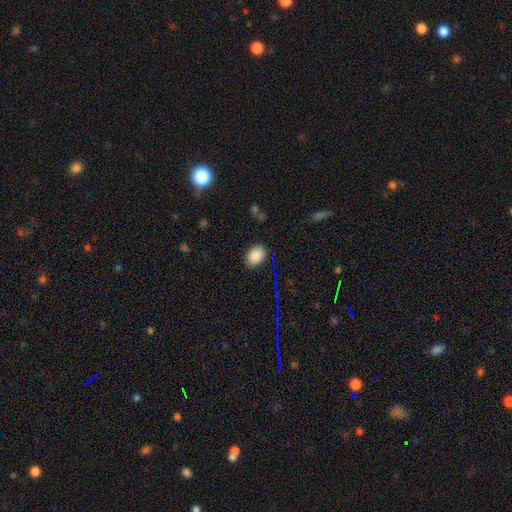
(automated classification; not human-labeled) Smooth or featured?
  - smooth: 85% *
  - star or artifact: 11%
  - featured or disk: 4%
How rounded?
  - in between: 72% *
  - round: 27%
  - cigar-shaped: 1%
Merging?
  - none: 84% *
  - minor disturbance: 12%
  - major disturbance: 3%
  - merger: 2%